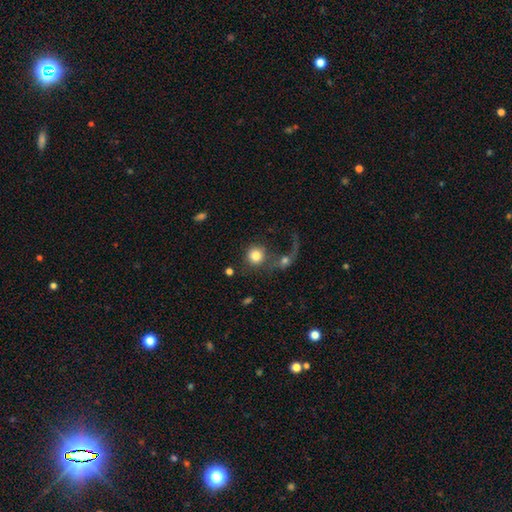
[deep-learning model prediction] Q: Smooth or featured?
A: smooth (80%); runner-up: featured or disk (12%)
Q: How rounded?
A: round (90%); runner-up: in between (9%)
Q: Merging?
A: none (39%); runner-up: merger (35%)